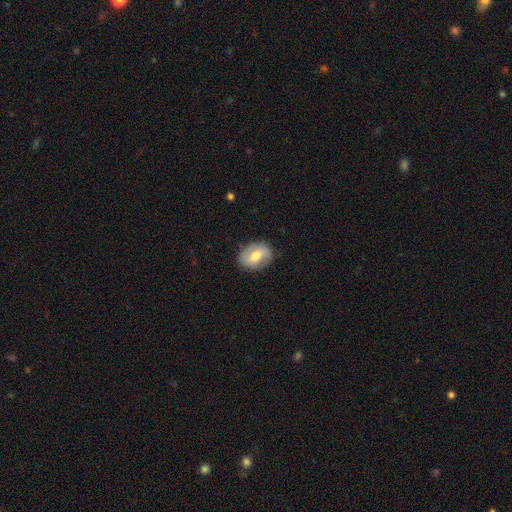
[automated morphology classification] The model was most divided on "smooth or featured" (2-way tie): smooth: 47%, featured or disk: 47%, star or artifact: 7%. More confident: merging — none (83%).